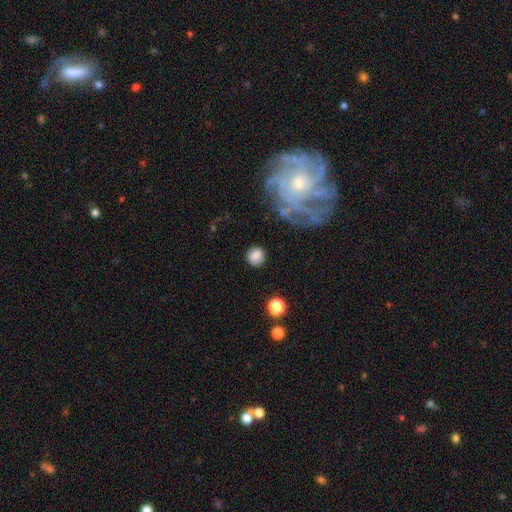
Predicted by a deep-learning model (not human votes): Smooth or featured? smooth (82%)
How rounded? round (85%)
Merging? none (83%)